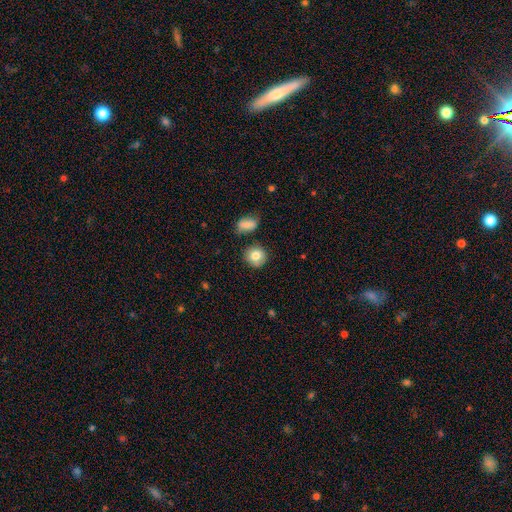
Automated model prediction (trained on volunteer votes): Smooth or featured? Predicted: smooth (p=0.80). How rounded? Predicted: round (p=0.86). Merging? Predicted: none (p=0.79).